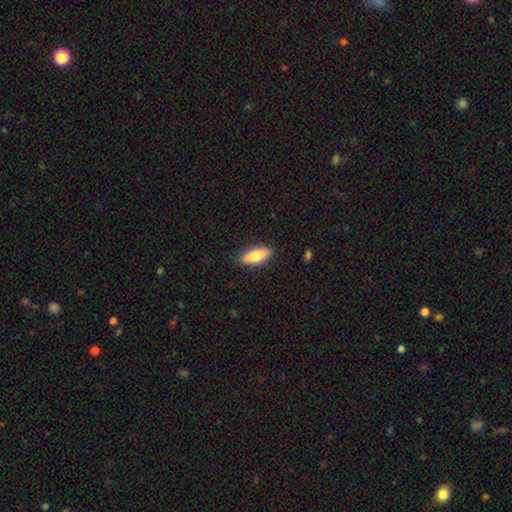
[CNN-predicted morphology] Smooth or featured: smooth — 71% (featured or disk — 23%)
How rounded: in between — 72% (cigar-shaped — 26%)
Merging: none — 87% (minor disturbance — 10%)